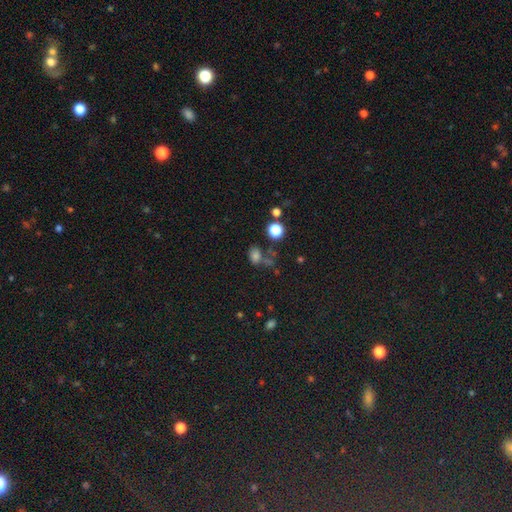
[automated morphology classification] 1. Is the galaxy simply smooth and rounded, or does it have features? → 69% smooth, 22% star or artifact, 9% featured or disk.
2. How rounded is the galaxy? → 65% in between, 34% round, 2% cigar-shaped.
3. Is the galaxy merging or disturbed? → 49% none, 20% merger, 18% minor disturbance, 13% major disturbance.